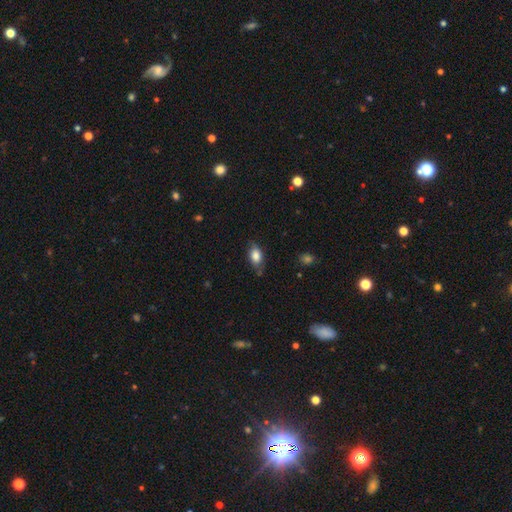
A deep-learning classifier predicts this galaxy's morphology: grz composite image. It shows a smooth galaxy with no disk features (79%) that is in between round and cigar-shaped (87%). Merging: none (67%).